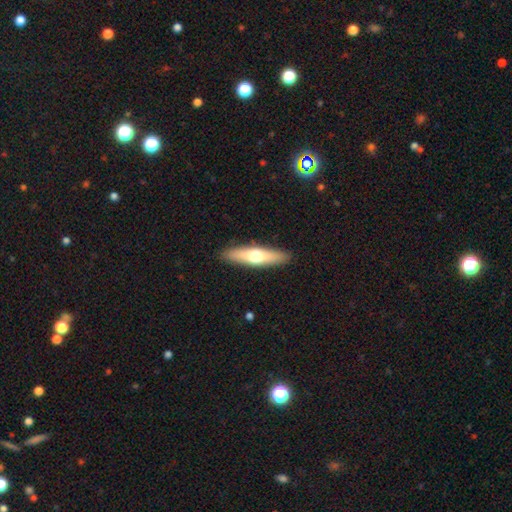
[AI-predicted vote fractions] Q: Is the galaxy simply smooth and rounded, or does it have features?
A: smooth — 57%.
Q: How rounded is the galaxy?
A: cigar-shaped — 74%.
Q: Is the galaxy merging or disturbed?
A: none — 90%.